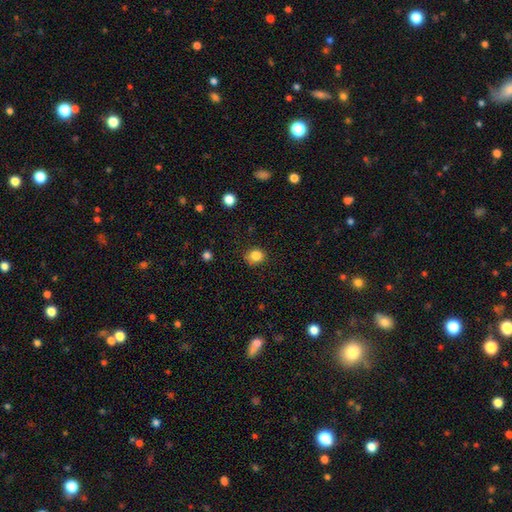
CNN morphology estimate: smooth-or-featured: smooth: 84% | star or artifact: 11% | featured or disk: 5%
  how-rounded: round: 81% | in between: 18% | cigar-shaped: 1%
  merging: none: 81% | minor disturbance: 14% | major disturbance: 3% | merger: 2%